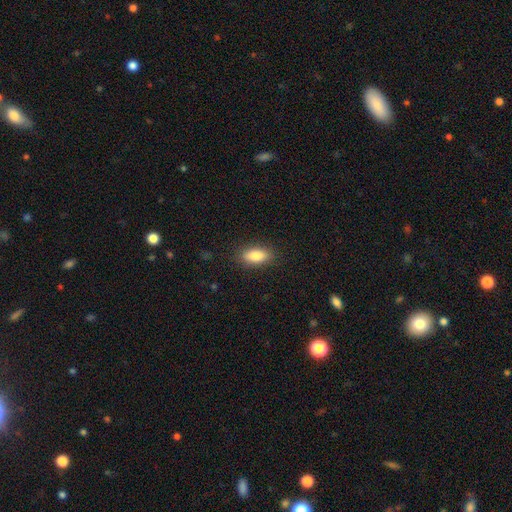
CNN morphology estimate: smooth 85%, featured or disk 8%, star or artifact 7%. Down the decision tree: how rounded — in between (82%); merging — none (87%).